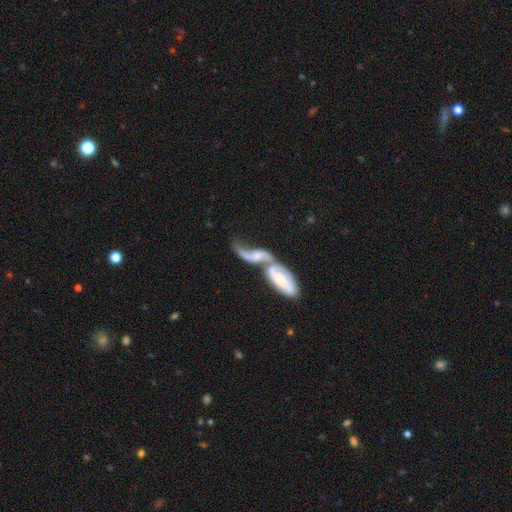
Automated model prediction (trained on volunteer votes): Smooth or featured: featured or disk — 69% (smooth — 25%)
Edge-on disk: no — 89% (yes — 11%)
Bar: no — 55% (weak — 33%)
Spiral arms: yes — 83% (no — 17%)
Spiral winding: loose — 82% (medium — 13%)
Spiral arm count: 2 — 76% (1 — 14%)
Bulge size: small — 42% (moderate — 31%)
Merging: merger — 76% (none — 10%)